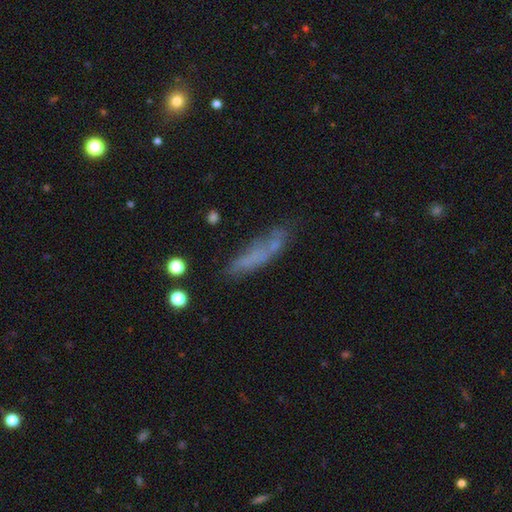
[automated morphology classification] Smooth or featured? Predicted: smooth (p=0.56). How rounded? Predicted: cigar-shaped (p=0.74). Merging? Predicted: none (p=0.54).